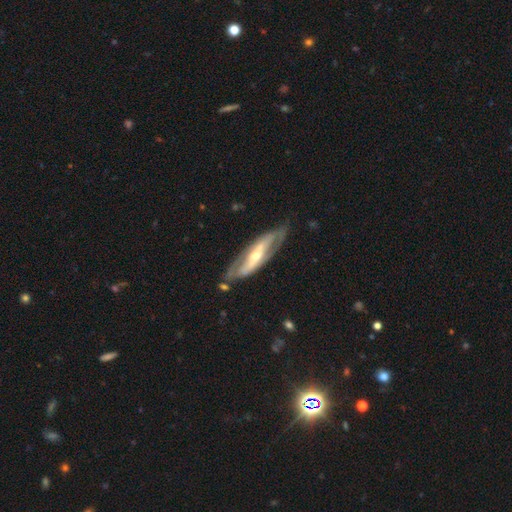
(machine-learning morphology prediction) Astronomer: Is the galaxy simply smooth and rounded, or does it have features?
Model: featured or disk — 79%.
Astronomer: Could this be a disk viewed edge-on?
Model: no — 75%.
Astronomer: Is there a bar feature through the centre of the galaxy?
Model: strong — 59%.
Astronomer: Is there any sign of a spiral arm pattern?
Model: yes — 74%.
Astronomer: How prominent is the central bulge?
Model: moderate — 51% (runner-up: small, 44%).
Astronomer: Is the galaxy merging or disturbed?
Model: none — 72%.